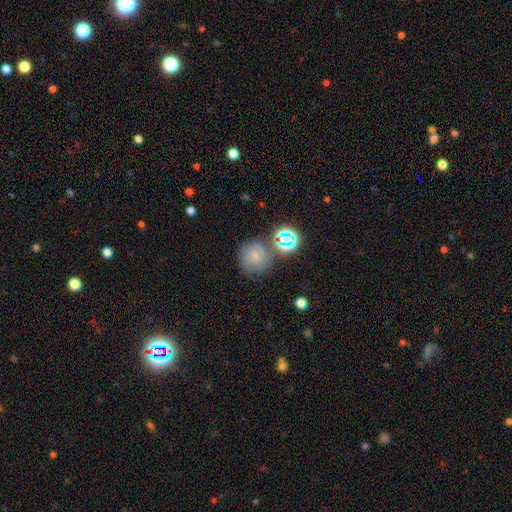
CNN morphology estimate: Overall: smooth (49%; featured or disk 28%). Merging: none (60%).